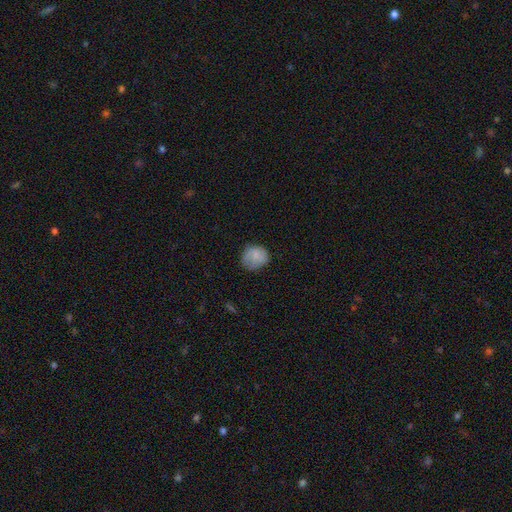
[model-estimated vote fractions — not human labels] This is likely a smooth galaxy (80%). How rounded: likely round (76%). Merging: likely none (67%).